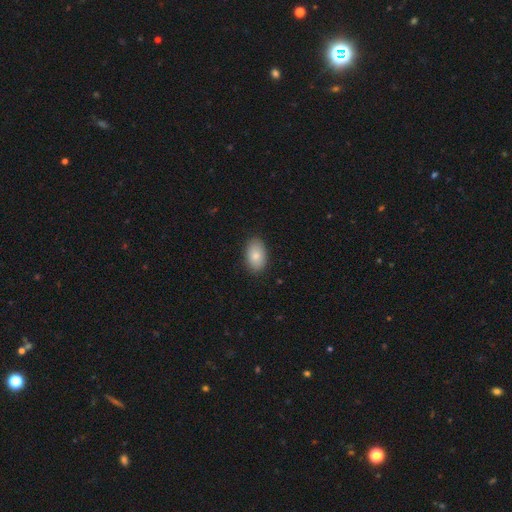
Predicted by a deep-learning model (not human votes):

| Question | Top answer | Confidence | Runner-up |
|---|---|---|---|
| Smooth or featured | smooth | 84% | featured or disk (9%) |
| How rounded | in between | 92% | round (7%) |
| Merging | none | 87% | minor disturbance (10%) |